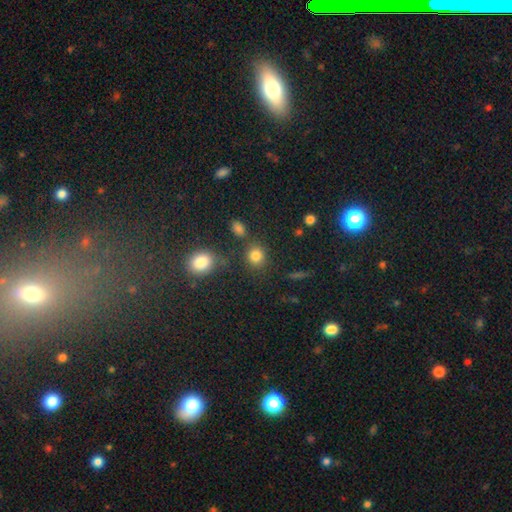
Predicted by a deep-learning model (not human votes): The model was most divided on "how rounded": round: 78%, in between: 20%, cigar-shaped: 1%. More confident: smooth or featured — smooth (82%); merging — none (76%).